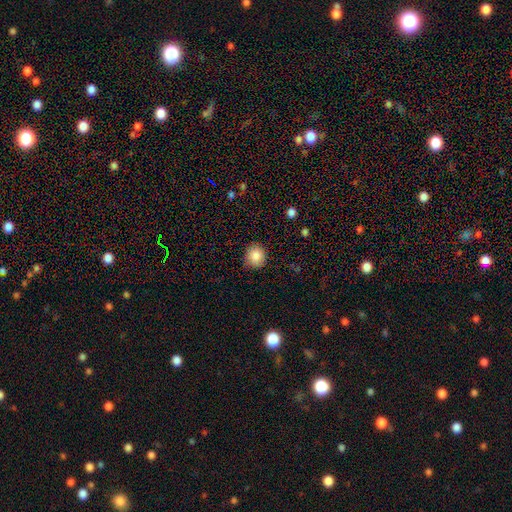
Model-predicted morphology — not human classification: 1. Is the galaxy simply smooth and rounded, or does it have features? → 86% smooth, 9% star or artifact, 5% featured or disk.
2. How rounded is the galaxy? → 85% round, 14% in between, 1% cigar-shaped.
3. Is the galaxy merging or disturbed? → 83% none, 14% minor disturbance, 3% major disturbance, 1% merger.